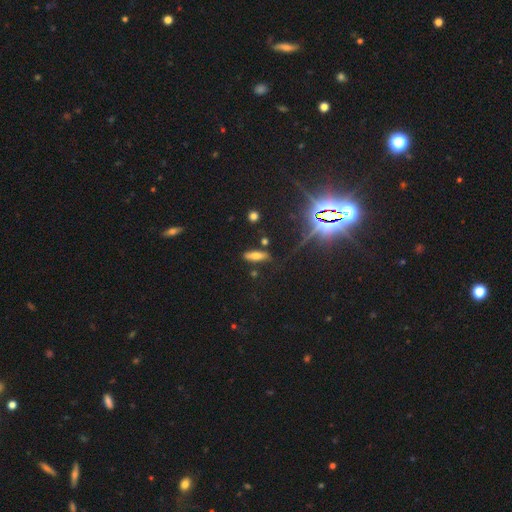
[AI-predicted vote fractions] Smooth or featured?
  - smooth: 65% *
  - featured or disk: 18%
  - star or artifact: 17%
How rounded?
  - cigar-shaped: 50% *
  - in between: 46%
  - round: 4%
Merging?
  - none: 79% *
  - minor disturbance: 13%
  - major disturbance: 4%
  - merger: 4%